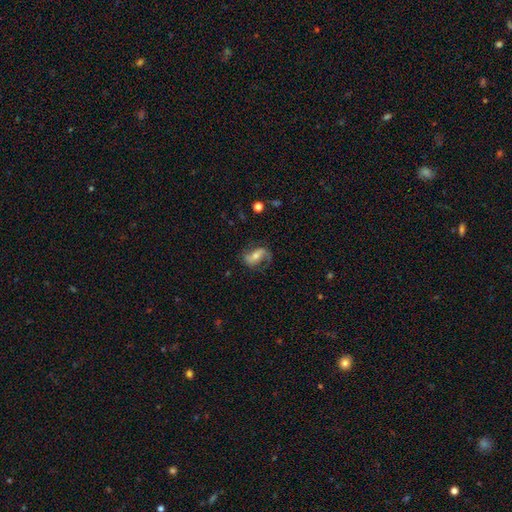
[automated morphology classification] Smooth or featured? Predicted: featured or disk (p=0.76). Edge-on disk? Predicted: no (p=0.96). Bar? Predicted: weak (p=0.36). Spiral arms? Predicted: yes (p=0.93). Spiral winding? Predicted: loose (p=0.51). Spiral arm count? Predicted: 2 (p=0.85). Bulge size? Predicted: moderate (p=0.57). Merging? Predicted: none (p=0.71).